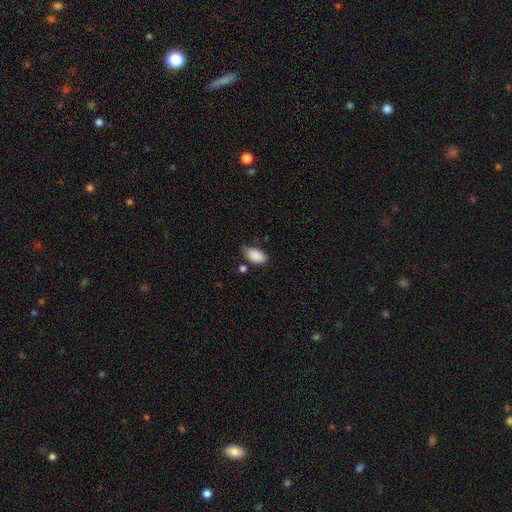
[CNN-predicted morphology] This is clearly a smooth galaxy (89%). How rounded: clearly in between (93%). Merging: likely none (63%).